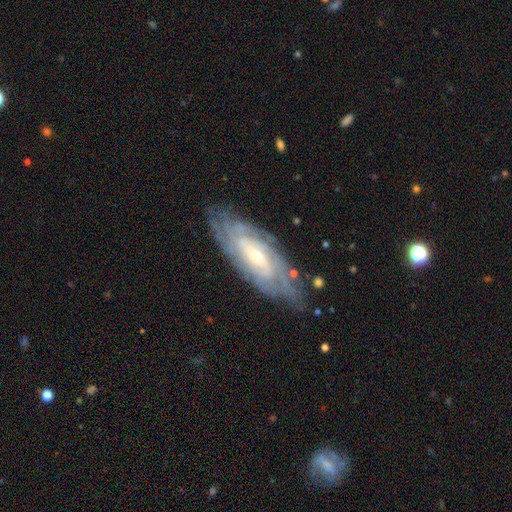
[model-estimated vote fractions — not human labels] Overall: featured or disk (81%). Edge-on disk: no (87%). Bar: no (53%; weak 36%). Spiral arms: yes (92%). Spiral arm count: can't tell (54%). Spiral winding: tight (73%). Bulge size: small (61%; moderate 34%). Merging: none (75%).